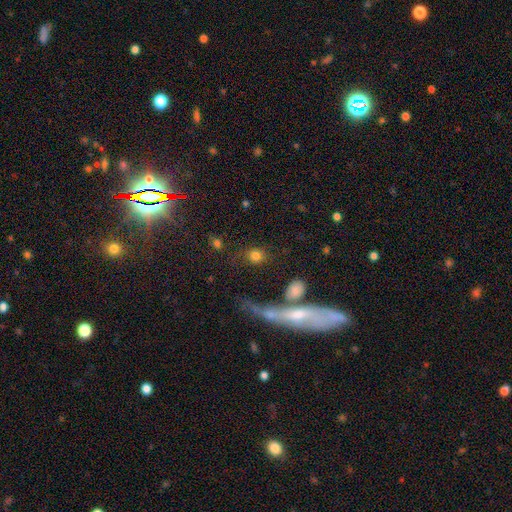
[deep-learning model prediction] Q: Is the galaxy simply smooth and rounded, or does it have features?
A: smooth — 76%.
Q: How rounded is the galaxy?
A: round — 74%.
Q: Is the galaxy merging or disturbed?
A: none — 67%.